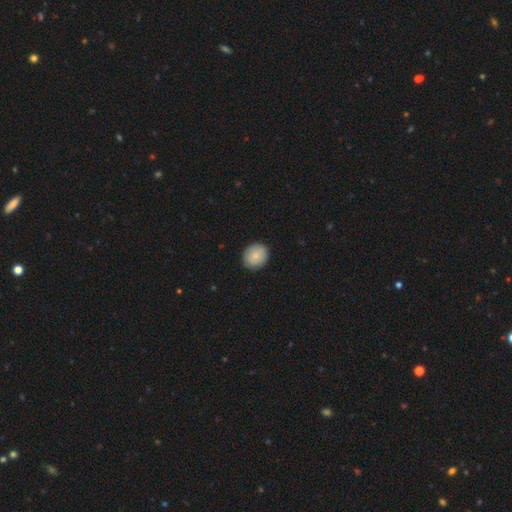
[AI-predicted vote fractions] A smooth galaxy with no disk features (85%) that is round (72%). Merging: none (89%).